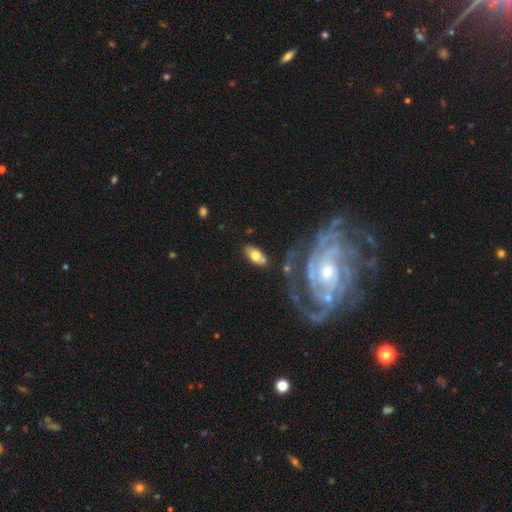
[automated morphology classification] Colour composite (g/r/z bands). It shows a smooth galaxy with no disk features (65%) that is in between round and cigar-shaped (90%). Merging: none (65%).